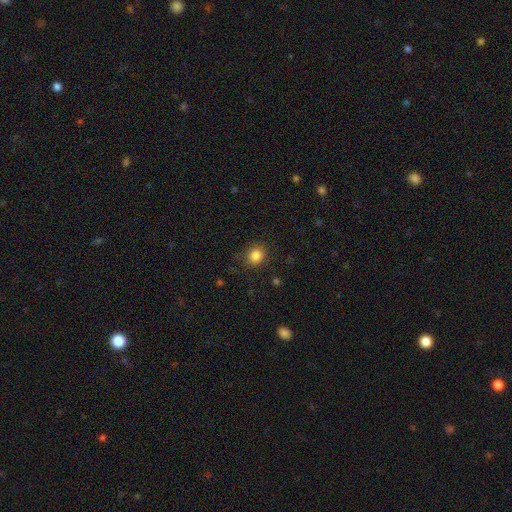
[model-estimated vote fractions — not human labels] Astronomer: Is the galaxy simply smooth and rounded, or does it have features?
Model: smooth — 85%.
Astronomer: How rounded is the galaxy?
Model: round — 69%.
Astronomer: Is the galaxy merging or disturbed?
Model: none — 86%.